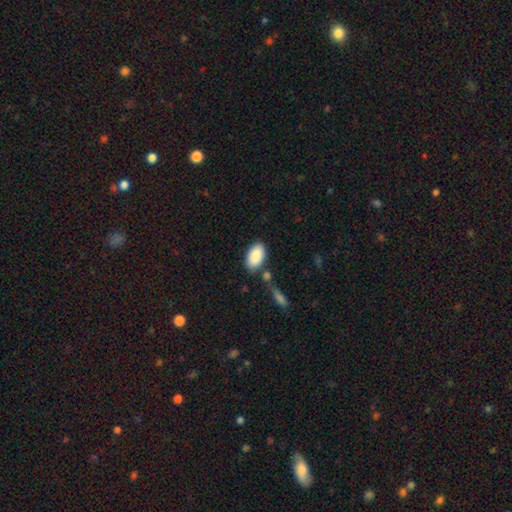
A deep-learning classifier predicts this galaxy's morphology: smooth_or_featured: smooth (p=0.89) [alt: star or artifact p=0.06]
how_rounded: in between (p=0.95) [alt: round p=0.03]
merging: none (p=0.74) [alt: minor disturbance p=0.13]